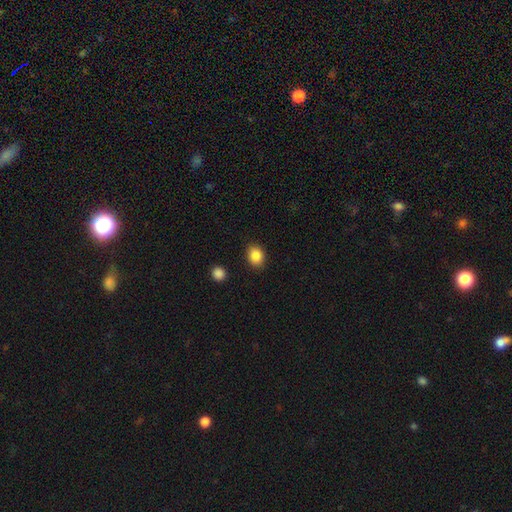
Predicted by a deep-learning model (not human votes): Morphology: type=smooth (87%); roundness=in between (52%); merging=none (87%).